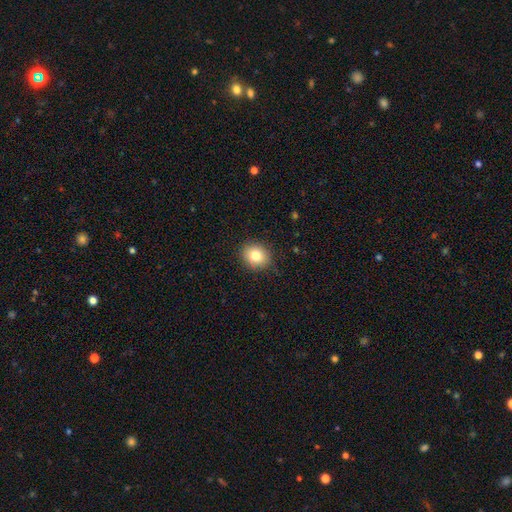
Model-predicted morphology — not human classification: A smooth galaxy with no disk features (81%) that is round (72%). Merging: none (87%).